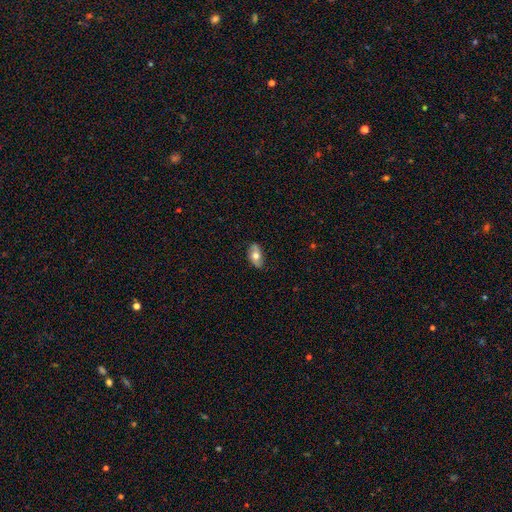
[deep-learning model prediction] Smooth or featured? Predicted: smooth (p=0.61). How rounded? Predicted: in between (p=0.91). Merging? Predicted: none (p=0.80).